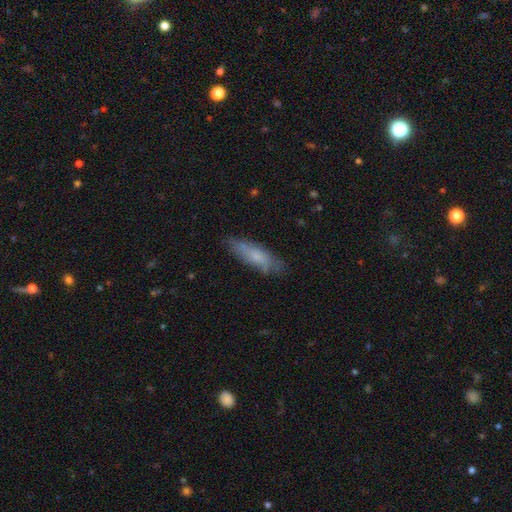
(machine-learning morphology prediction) A smooth galaxy with no disk features (68%) that is cigar-shaped (57%). Merging: none (76%).